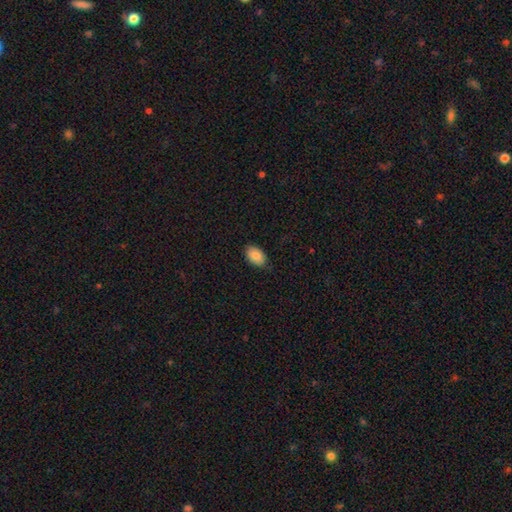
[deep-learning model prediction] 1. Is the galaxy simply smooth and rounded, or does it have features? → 87% smooth, 7% star or artifact, 6% featured or disk.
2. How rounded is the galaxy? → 91% in between, 8% round, 1% cigar-shaped.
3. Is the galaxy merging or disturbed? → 84% none, 13% minor disturbance, 2% major disturbance, 1% merger.